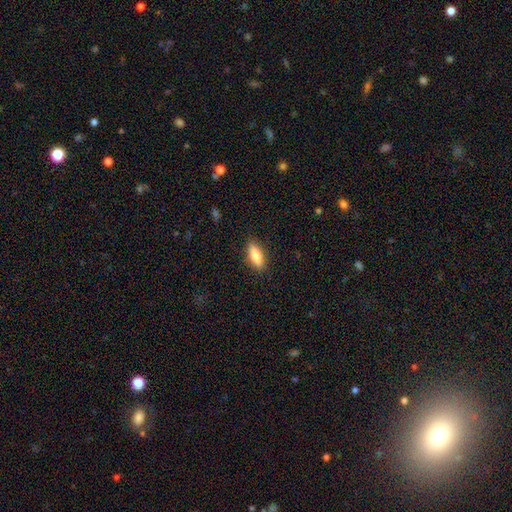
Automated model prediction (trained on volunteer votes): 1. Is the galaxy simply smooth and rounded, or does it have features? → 78% smooth, 16% featured or disk, 6% star or artifact.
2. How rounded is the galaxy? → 71% in between, 27% cigar-shaped, 2% round.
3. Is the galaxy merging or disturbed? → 88% none, 9% minor disturbance, 2% major disturbance, 1% merger.